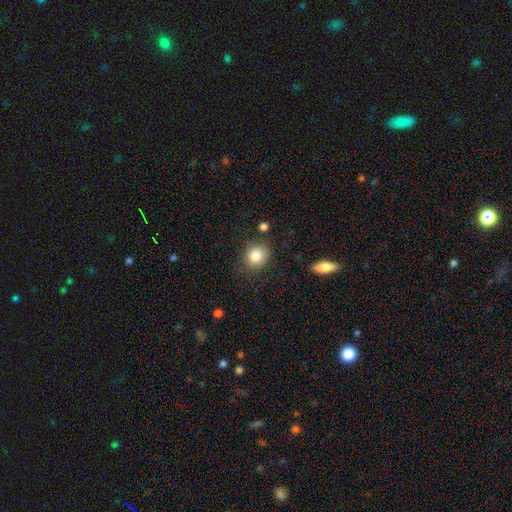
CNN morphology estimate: A smooth galaxy with no disk features (84%) that is round (67%). Merging: none (78%).